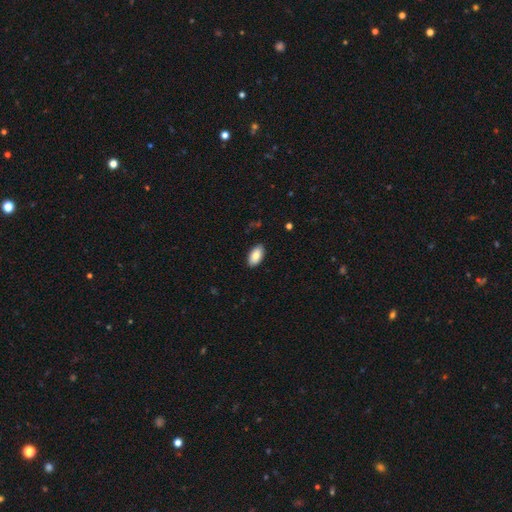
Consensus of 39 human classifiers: Morphology: type=smooth (82%); roundness=in between (91%); merging=none (80%).